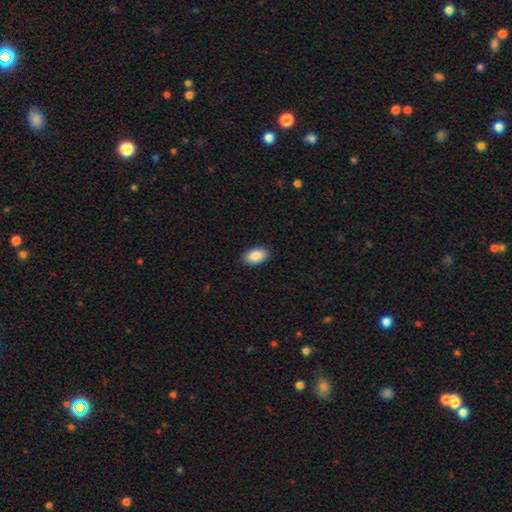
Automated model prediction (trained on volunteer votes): Smooth or featured?
  - smooth: 90% *
  - star or artifact: 6%
  - featured or disk: 3%
How rounded?
  - in between: 94% *
  - round: 4%
  - cigar-shaped: 2%
Merging?
  - none: 90% *
  - minor disturbance: 7%
  - major disturbance: 2%
  - merger: 1%